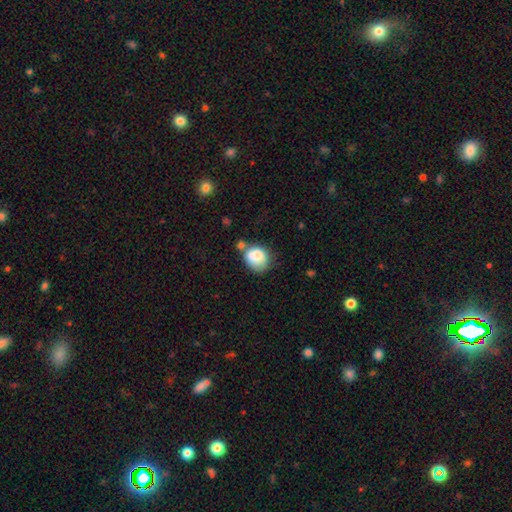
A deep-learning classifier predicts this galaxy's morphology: Overall: smooth (80%). How rounded: round (59%; in between 40%). Merging: none (41%; minor disturbance 25%).